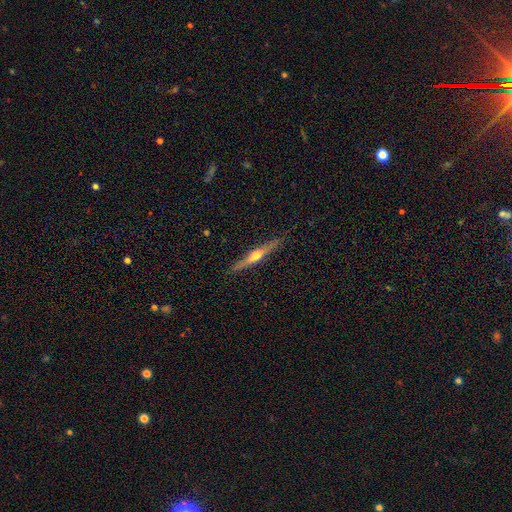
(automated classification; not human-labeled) A featured or disk galaxy (70%) viewed edge-on (97%) with a rounded central bulge (90%). Merging: none (90%).